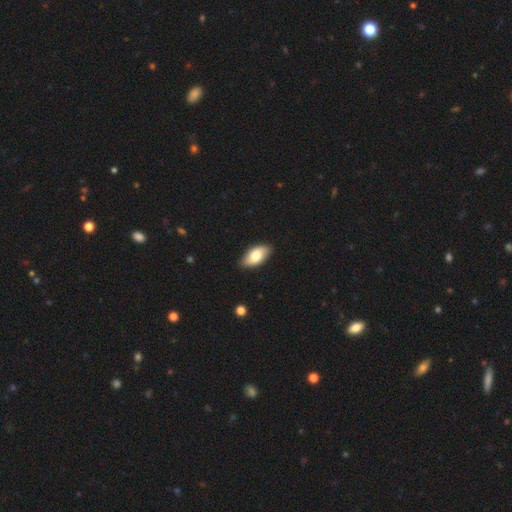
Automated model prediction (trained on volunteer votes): Smooth or featured?
  - smooth: 75% *
  - featured or disk: 19%
  - star or artifact: 6%
How rounded?
  - in between: 93% *
  - cigar-shaped: 4%
  - round: 3%
Merging?
  - none: 87% *
  - minor disturbance: 11%
  - major disturbance: 2%
  - merger: 1%